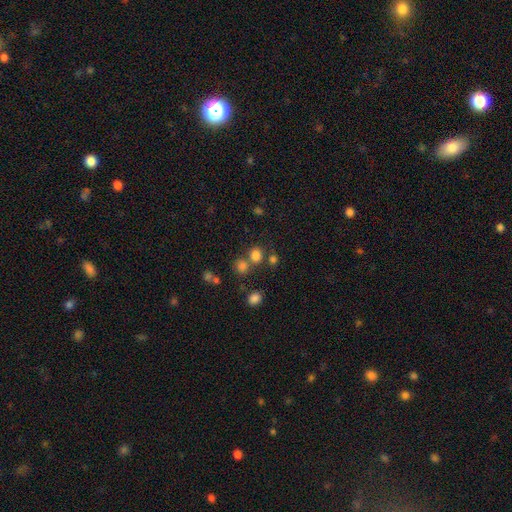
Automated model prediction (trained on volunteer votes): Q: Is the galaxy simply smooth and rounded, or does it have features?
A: smooth — 77%.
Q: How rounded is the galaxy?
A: round — 78%.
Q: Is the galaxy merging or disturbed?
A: none — 63%.